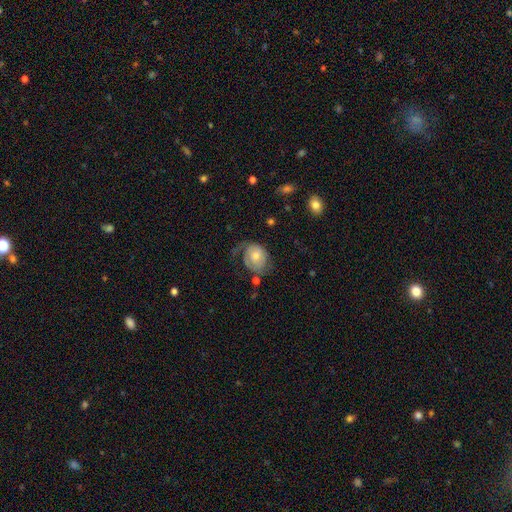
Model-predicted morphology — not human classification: Smooth or featured? Predicted: featured or disk (p=0.62). Edge-on disk? Predicted: no (p=0.97). Bar? Predicted: no (p=0.76). Spiral arms? Predicted: yes (p=0.84). Bulge size? Predicted: moderate (p=0.54). Merging? Predicted: none (p=0.43).